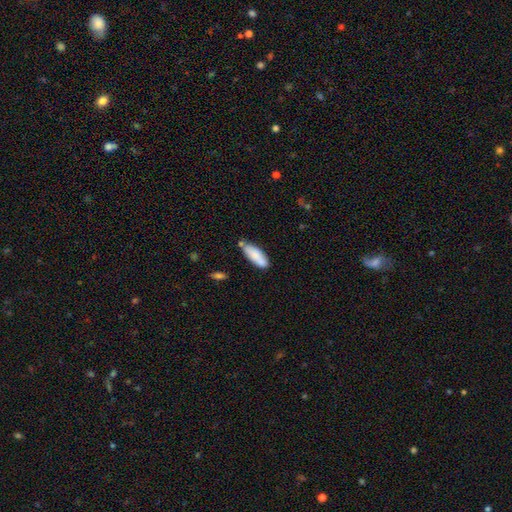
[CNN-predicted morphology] This appears to be a smooth galaxy with no disk features (81%) that is in between round and cigar-shaped (64%). Merging: none (65%).